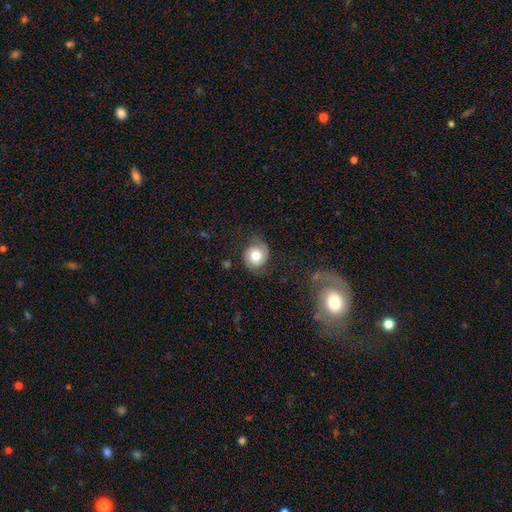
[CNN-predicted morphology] smooth-or-featured: smooth: 55% | featured or disk: 37% | star or artifact: 8%
  how-rounded: round: 75% | in between: 24% | cigar-shaped: 1%
  merging: none: 69% | minor disturbance: 20% | major disturbance: 9% | merger: 2%